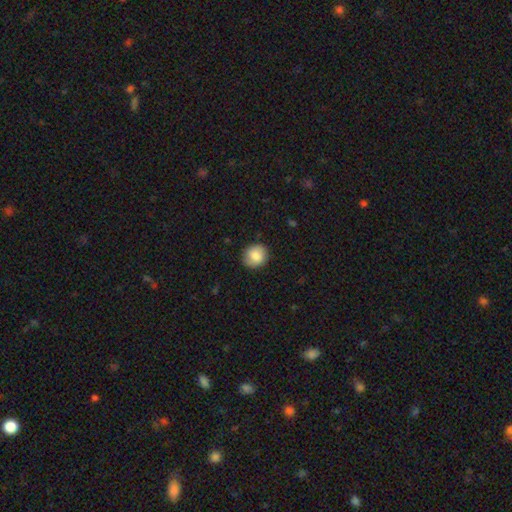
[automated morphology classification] Smooth or featured? smooth (81%)
How rounded? round (80%)
Merging? none (84%)